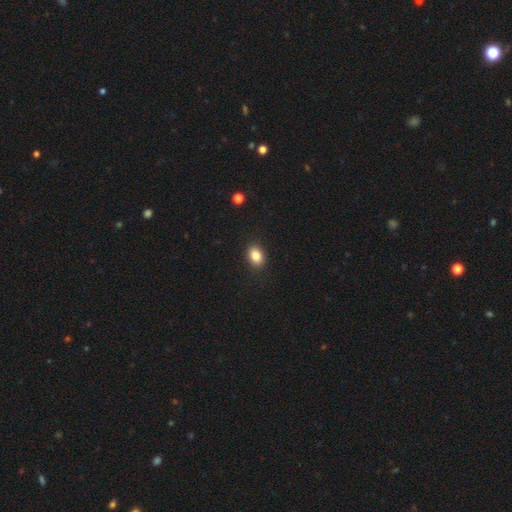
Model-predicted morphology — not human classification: Smooth or featured? Predicted: smooth (p=0.85). How rounded? Predicted: in between (p=0.75). Merging? Predicted: none (p=0.90).